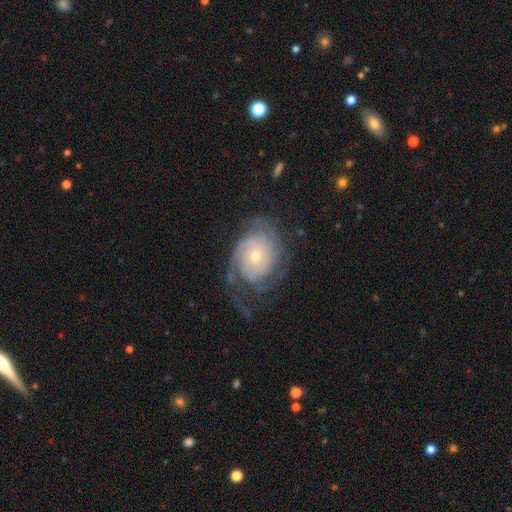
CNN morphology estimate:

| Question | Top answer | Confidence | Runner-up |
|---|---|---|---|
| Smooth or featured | featured or disk | 83% | smooth (11%) |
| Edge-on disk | no | 97% | yes (3%) |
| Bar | no | 77% | weak (20%) |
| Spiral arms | yes | 94% | no (6%) |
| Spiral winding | tight | 65% | medium (25%) |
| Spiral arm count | can't tell | 36% | 2 (25%) |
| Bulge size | moderate | 48% | tied: small (48%) |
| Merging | none | 59% | minor disturbance (21%) |